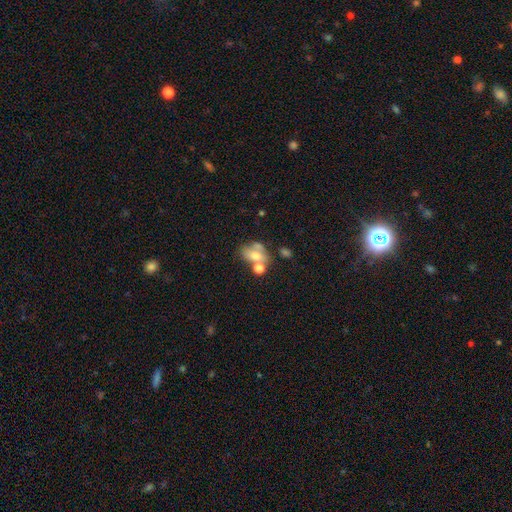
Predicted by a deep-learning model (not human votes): Smooth or featured? smooth (59%)
How rounded? in between (69%)
Merging? merger (41%)